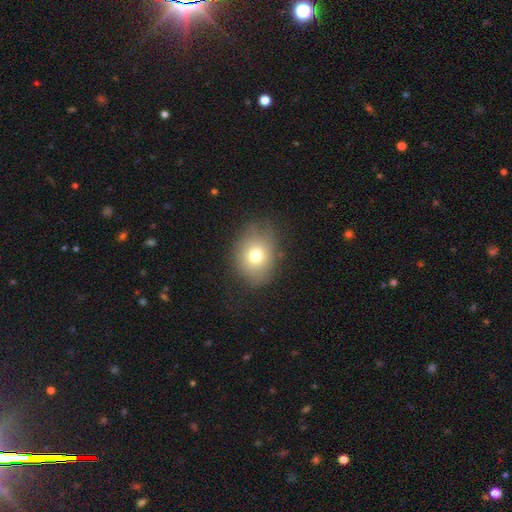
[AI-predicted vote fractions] Overall: smooth (73%). How rounded: in between (50%; round 49%). Merging: none (73%).